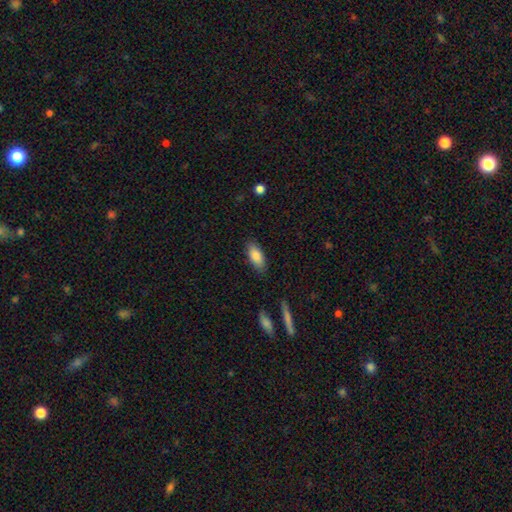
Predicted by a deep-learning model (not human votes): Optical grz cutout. It shows a smooth galaxy with no disk features (85%) that is in between round and cigar-shaped (82%). Merging: none (85%).